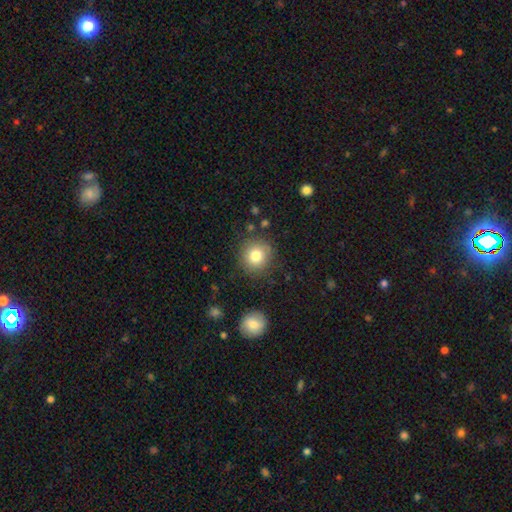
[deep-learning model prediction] Smooth or featured: smooth — 81% (star or artifact — 10%)
How rounded: round — 91% (in between — 8%)
Merging: none — 85% (minor disturbance — 9%)